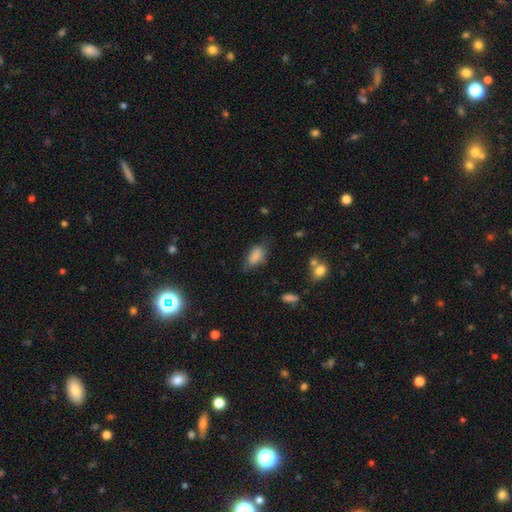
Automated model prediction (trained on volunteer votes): This appears to be a smooth galaxy with no disk features (81%) that is in between round and cigar-shaped (88%). Merging: none (52%).